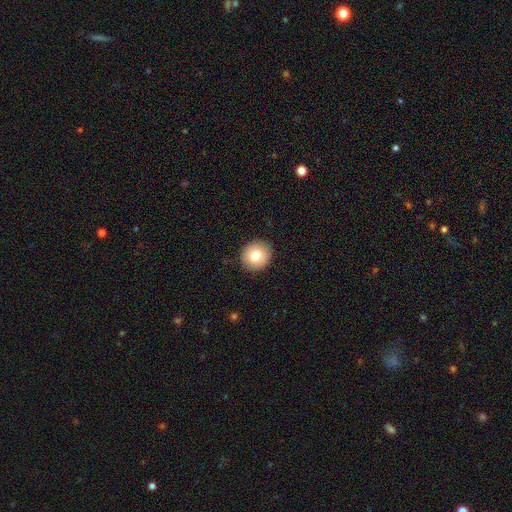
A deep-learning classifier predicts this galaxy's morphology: Q: Smooth or featured?
A: smooth (78%); runner-up: featured or disk (13%)
Q: How rounded?
A: round (88%); runner-up: in between (11%)
Q: Merging?
A: none (91%); runner-up: minor disturbance (6%)